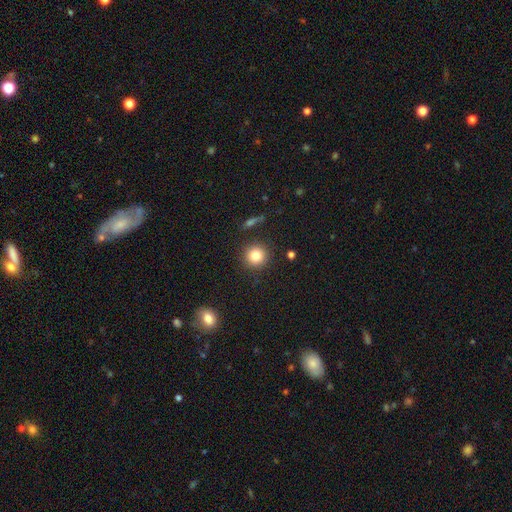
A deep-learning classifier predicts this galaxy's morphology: smooth 82%, star or artifact 10%, featured or disk 7%. Down the decision tree: how rounded — round (93%); merging — none (89%).